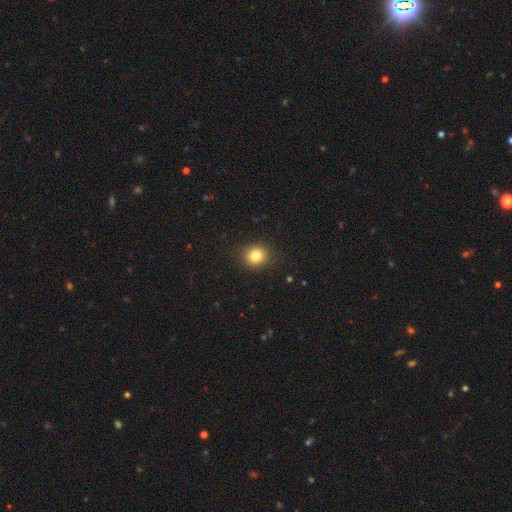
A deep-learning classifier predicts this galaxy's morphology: Overall: smooth (83%). How rounded: round (82%). Merging: none (90%).